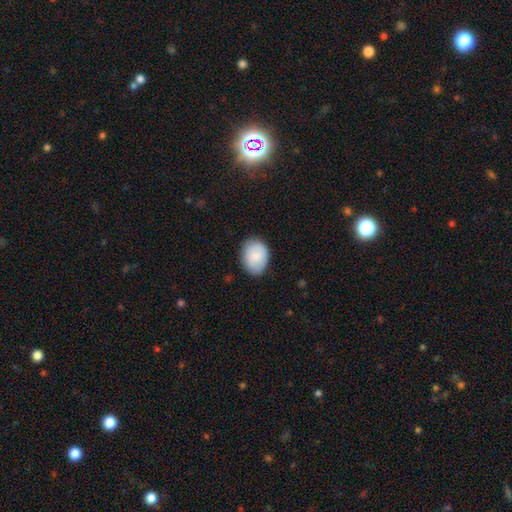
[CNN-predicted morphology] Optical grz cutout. It shows a smooth galaxy with no disk features (85%) that is in between round and cigar-shaped (67%). Merging: none (79%).